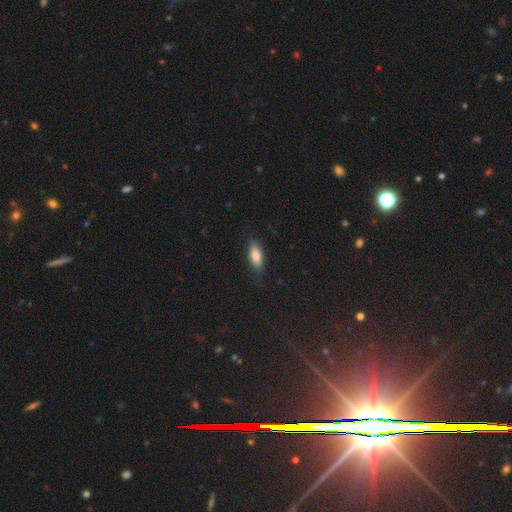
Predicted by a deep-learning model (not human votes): smooth-or-featured: smooth: 82% | featured or disk: 11% | star or artifact: 7%
  how-rounded: in between: 76% | cigar-shaped: 21% | round: 2%
  merging: none: 83% | minor disturbance: 13% | major disturbance: 3% | merger: 1%